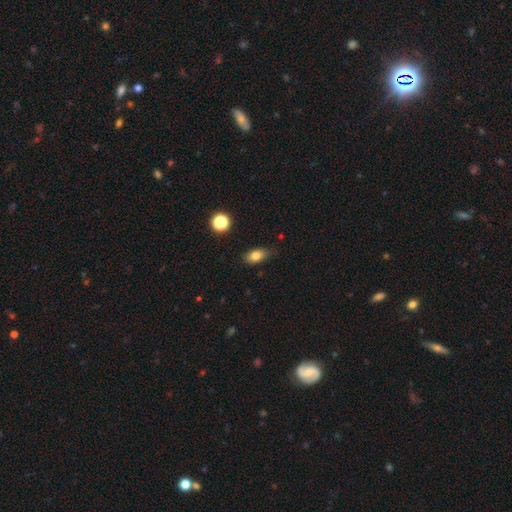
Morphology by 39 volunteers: A smooth galaxy with no disk features (85%) that is in between round and cigar-shaped (82%).

Vote fractions:
- Smooth or featured? smooth: 85% / star or artifact: 10% / featured or disk: 5%
- How rounded? in between: 82% / round: 12% / cigar-shaped: 6%
- Merging? none: 80% / minor disturbance: 17% / major disturbance: 3% / merger: 0%